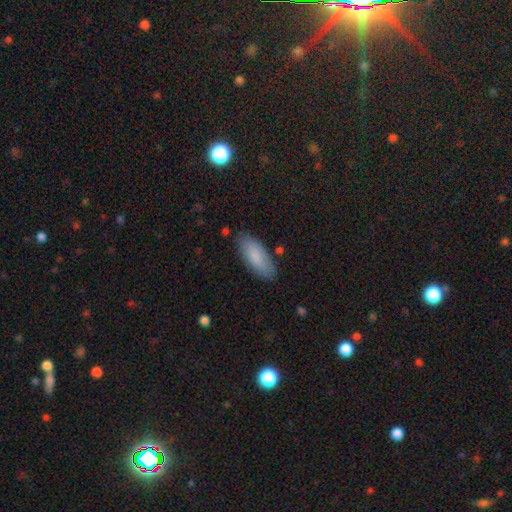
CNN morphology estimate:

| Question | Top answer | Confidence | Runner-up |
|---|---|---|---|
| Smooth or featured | smooth | 86% | featured or disk (8%) |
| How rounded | in between | 79% | cigar-shaped (20%) |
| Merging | none | 83% | minor disturbance (13%) |